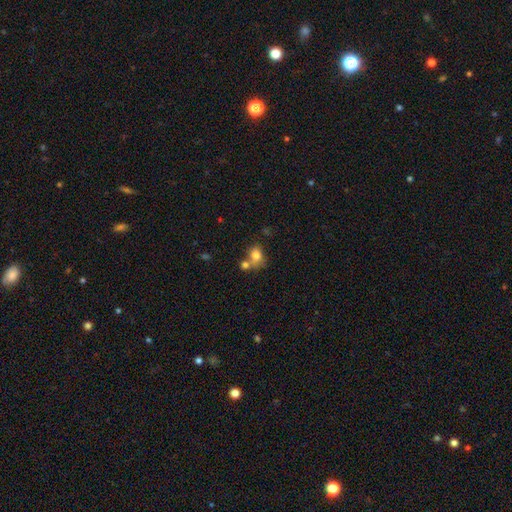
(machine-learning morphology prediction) type=smooth (80%); roundness=in between (50%); merging=merger (41%, tied with none).